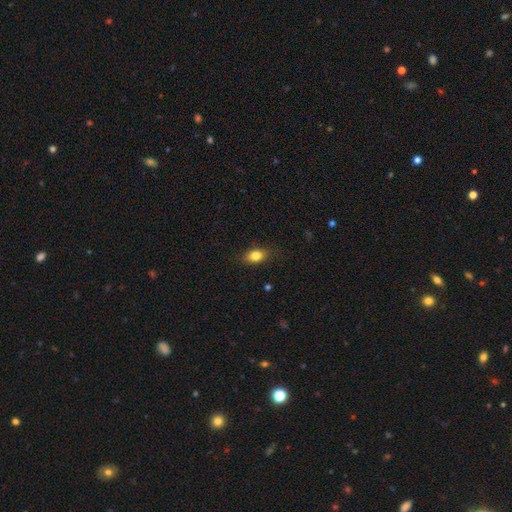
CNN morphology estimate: smooth 81%, featured or disk 10%, star or artifact 9%. Down the decision tree: how rounded — in between (80%); merging — none (83%).